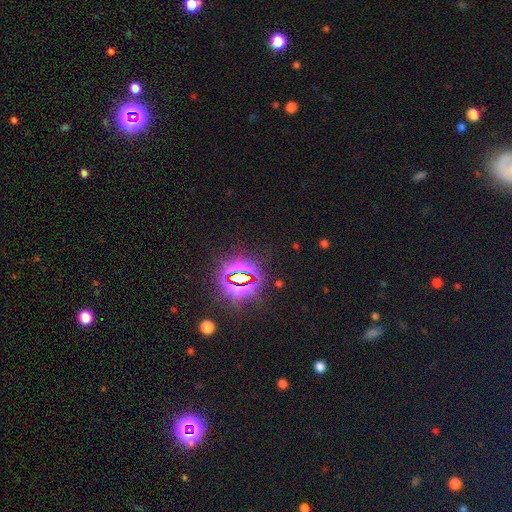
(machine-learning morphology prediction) Smooth or featured: star or artifact — 80% (smooth — 13%)